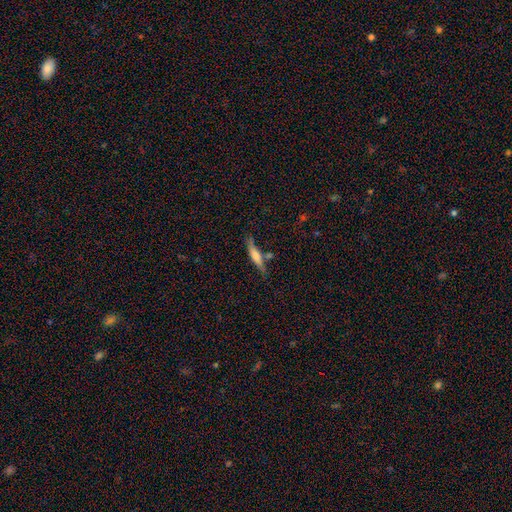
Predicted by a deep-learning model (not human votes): The model was most divided on "smooth or featured": smooth: 50%, featured or disk: 43%, star or artifact: 7%. More confident: merging — none (72%).